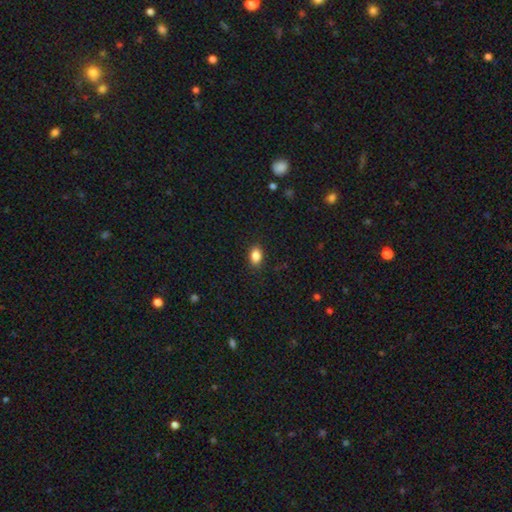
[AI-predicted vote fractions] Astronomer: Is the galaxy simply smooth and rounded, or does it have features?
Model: smooth — 86%.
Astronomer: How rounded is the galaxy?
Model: in between — 83%.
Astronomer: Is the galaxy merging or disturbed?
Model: none — 88%.